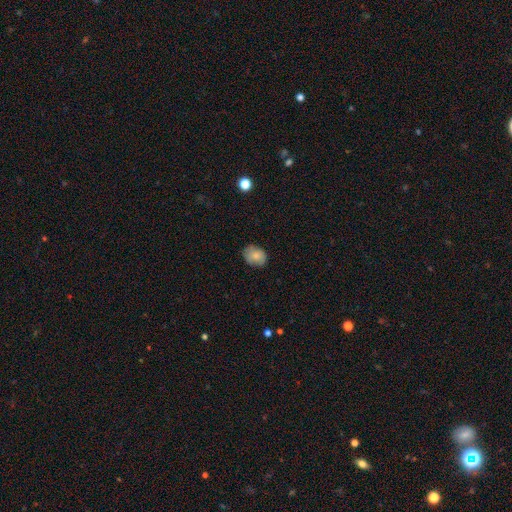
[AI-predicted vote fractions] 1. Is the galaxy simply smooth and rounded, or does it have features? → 81% smooth, 11% featured or disk, 8% star or artifact.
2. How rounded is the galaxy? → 59% in between, 40% round, 1% cigar-shaped.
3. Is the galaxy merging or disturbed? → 75% none, 19% minor disturbance, 4% major disturbance, 1% merger.